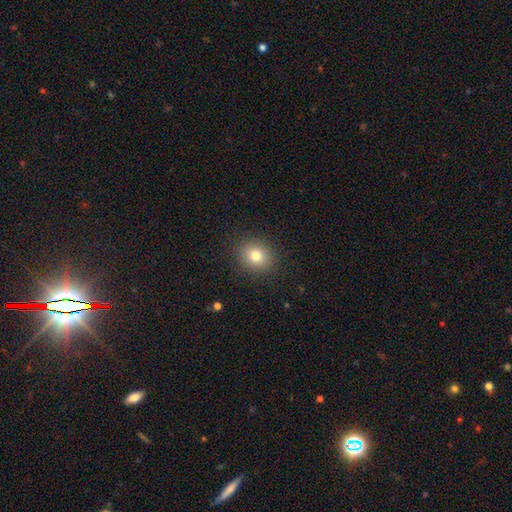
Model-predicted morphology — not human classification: Smooth or featured: smooth — 79% (star or artifact — 12%)
How rounded: round — 73% (in between — 26%)
Merging: none — 90% (minor disturbance — 7%)